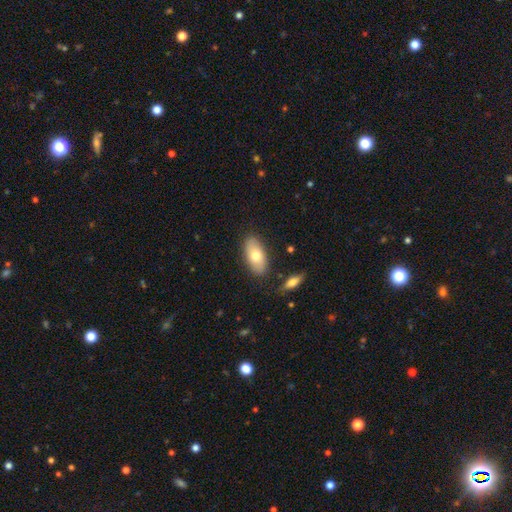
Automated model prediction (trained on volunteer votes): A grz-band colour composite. It shows a smooth galaxy with no disk features (74%) that is in between round and cigar-shaped (91%). Merging: none (83%).